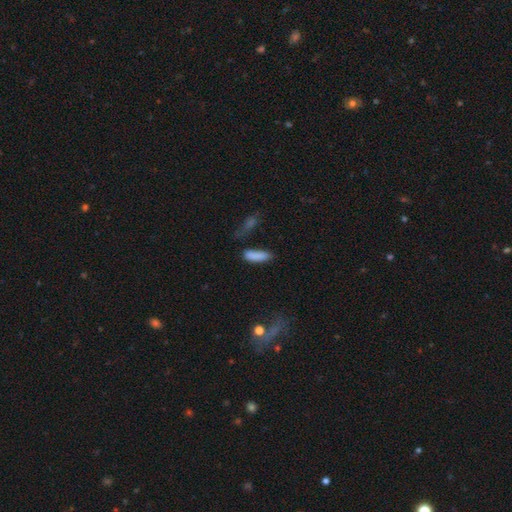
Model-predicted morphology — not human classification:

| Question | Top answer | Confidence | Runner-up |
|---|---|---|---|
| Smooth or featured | smooth | 83% | star or artifact (9%) |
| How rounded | cigar-shaped | 54% | in between (44%) |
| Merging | none | 56% | minor disturbance (24%) |